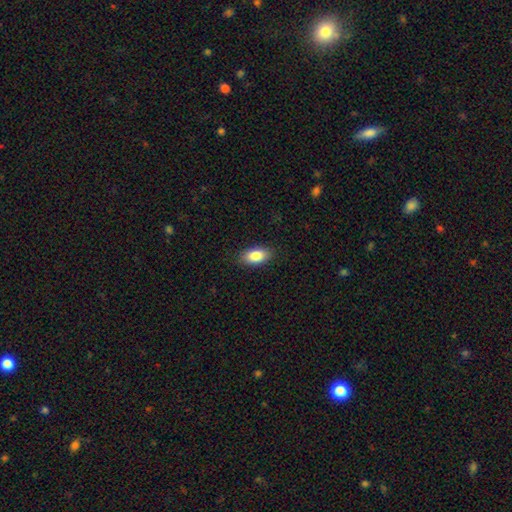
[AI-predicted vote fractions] This appears to be a smooth galaxy with no disk features (85%) that is in between round and cigar-shaped (92%). Merging: none (88%).